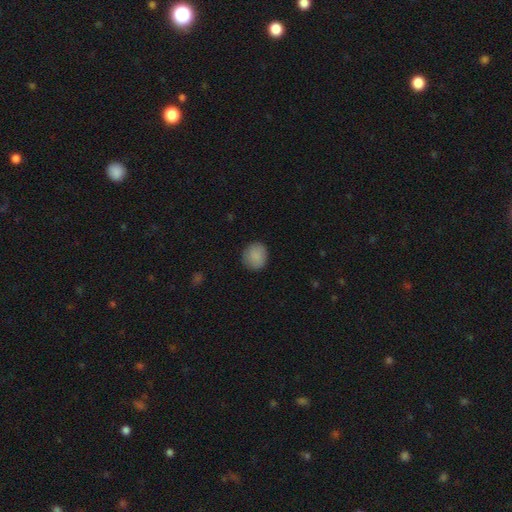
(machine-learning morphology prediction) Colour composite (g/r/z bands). It shows a smooth galaxy with no disk features (88%) that is round (75%). Merging: none (86%).